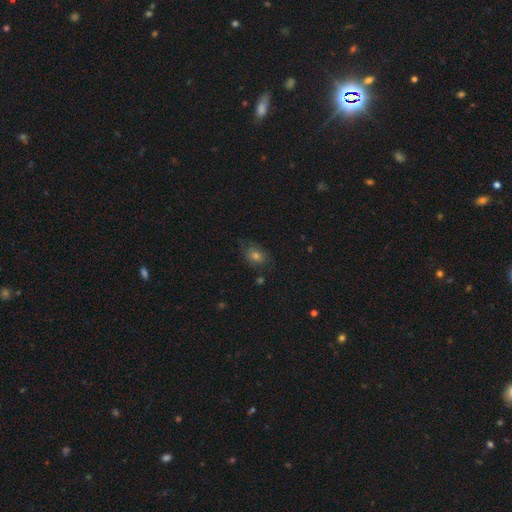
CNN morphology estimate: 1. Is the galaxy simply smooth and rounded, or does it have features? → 62% smooth, 23% star or artifact, 15% featured or disk.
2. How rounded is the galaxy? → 62% in between, 37% round, 2% cigar-shaped.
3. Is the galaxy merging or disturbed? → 73% none, 19% minor disturbance, 6% major disturbance, 2% merger.